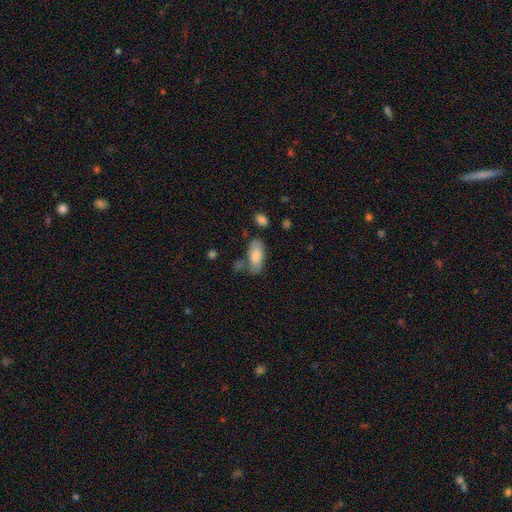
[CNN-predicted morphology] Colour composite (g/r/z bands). It shows a smooth galaxy with no disk features (78%) that is in between round and cigar-shaped (90%). Merging: none (52%).